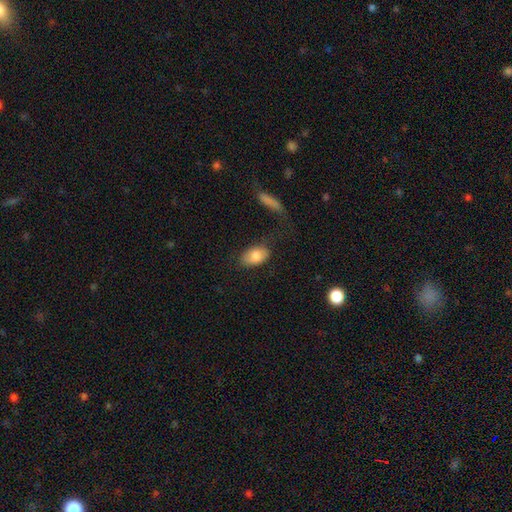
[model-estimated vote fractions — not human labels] Smooth or featured?
  - smooth: 82% *
  - featured or disk: 11%
  - star or artifact: 7%
How rounded?
  - in between: 92% *
  - round: 6%
  - cigar-shaped: 2%
Merging?
  - none: 72% *
  - minor disturbance: 18%
  - major disturbance: 6%
  - merger: 4%